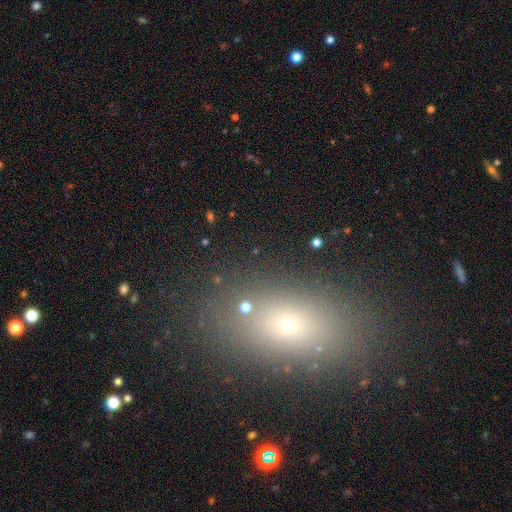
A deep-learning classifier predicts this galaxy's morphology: smooth_or_featured: smooth (p=0.66) [alt: star or artifact p=0.21]
how_rounded: in between (p=0.78) [alt: round p=0.15]
merging: none (p=0.83) [alt: minor disturbance p=0.10]